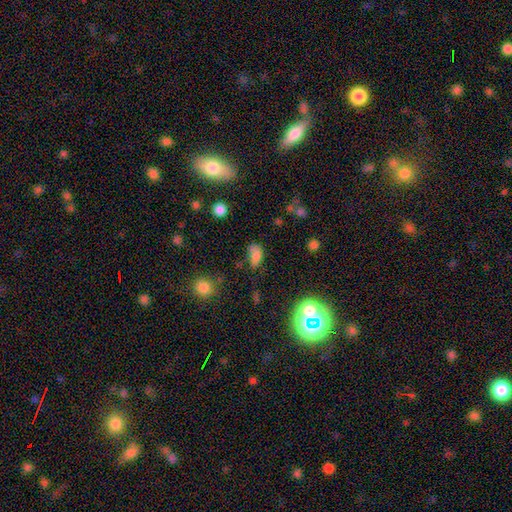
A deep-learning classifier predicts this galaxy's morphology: Smooth or featured: smooth — 73% (star or artifact — 18%)
How rounded: in between — 88% (round — 8%)
Merging: none — 48% (minor disturbance — 30%)